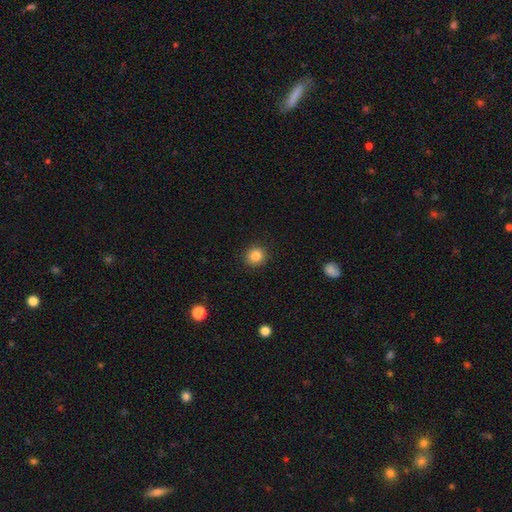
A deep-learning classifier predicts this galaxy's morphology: smooth-or-featured: smooth: 85% | star or artifact: 11% | featured or disk: 5%
  how-rounded: round: 90% | in between: 9% | cigar-shaped: 1%
  merging: none: 91% | minor disturbance: 6% | major disturbance: 2% | merger: 1%